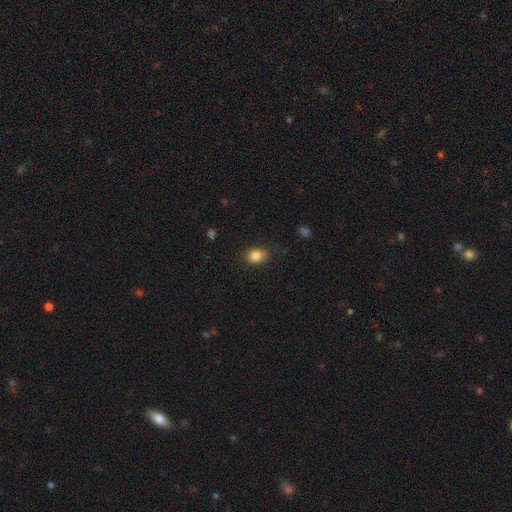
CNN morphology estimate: Smooth or featured: smooth — 85% (star or artifact — 9%)
How rounded: in between — 62% (round — 37%)
Merging: none — 81% (minor disturbance — 15%)